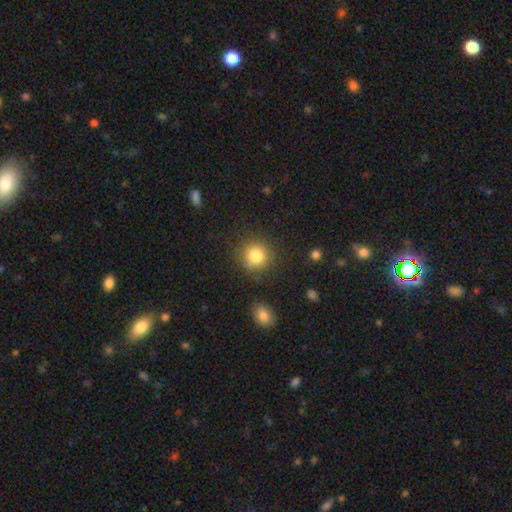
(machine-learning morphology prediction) type=smooth (83%); roundness=round (90%); merging=none (85%).